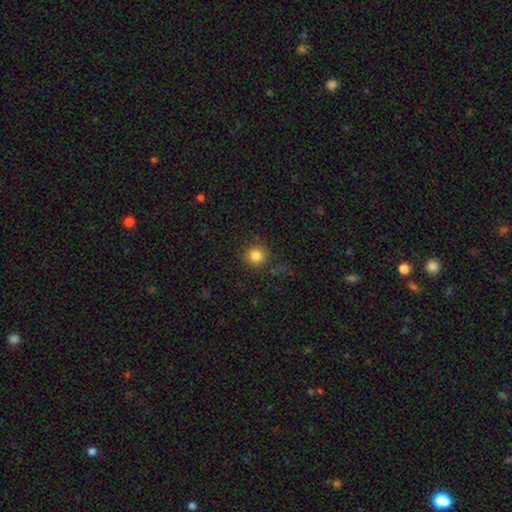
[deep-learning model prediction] Smooth or featured? Predicted: smooth (p=0.84). How rounded? Predicted: round (p=0.93). Merging? Predicted: none (p=0.85).